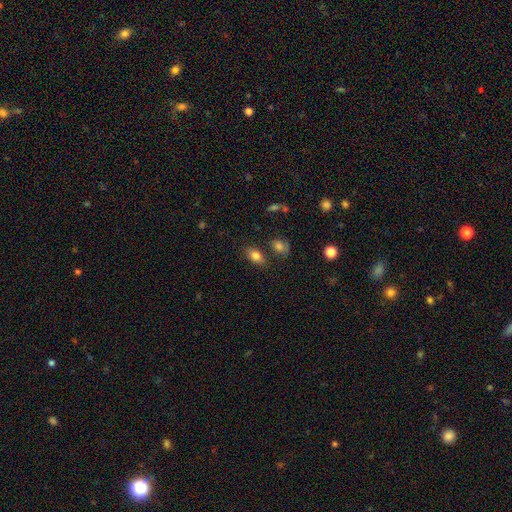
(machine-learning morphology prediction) Overall: smooth (82%). How rounded: in between (87%). Merging: none (76%).